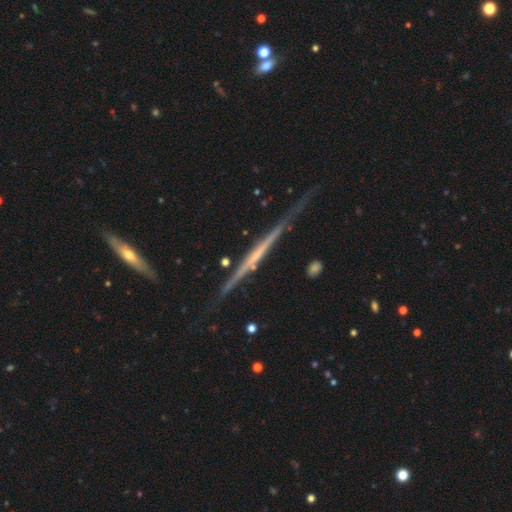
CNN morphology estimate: A featured or disk galaxy (80%) viewed edge-on (97%) with no central bulge (60%). Merging: none (71%).